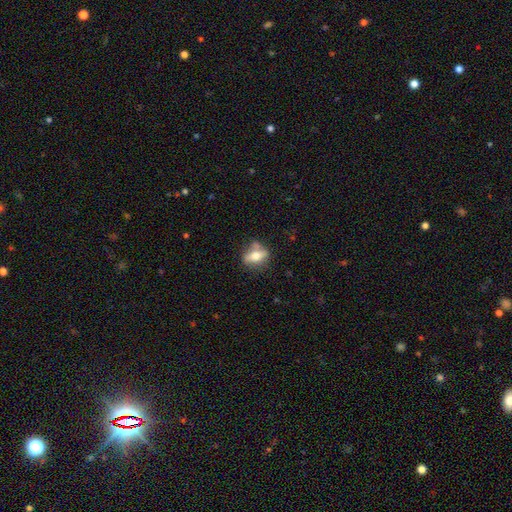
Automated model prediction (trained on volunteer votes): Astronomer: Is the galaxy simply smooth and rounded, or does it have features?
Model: smooth — 51% (runner-up: featured or disk, 41%).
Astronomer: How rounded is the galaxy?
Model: in between — 64%.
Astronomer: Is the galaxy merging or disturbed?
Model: none — 62%.